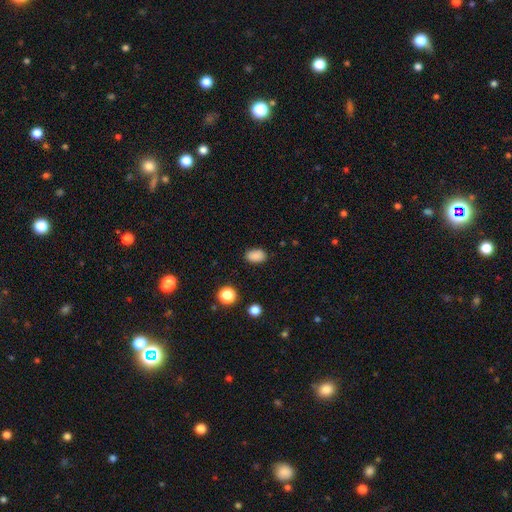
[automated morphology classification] Smooth or featured: smooth — 87% (star or artifact — 10%)
How rounded: in between — 86% (round — 13%)
Merging: none — 86% (minor disturbance — 10%)